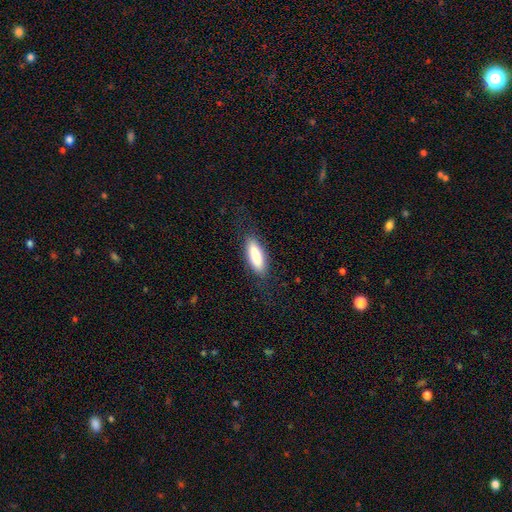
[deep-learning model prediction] This appears to be a smooth galaxy with no disk features (85%) that is in between round and cigar-shaped (61%). Merging: none (83%).